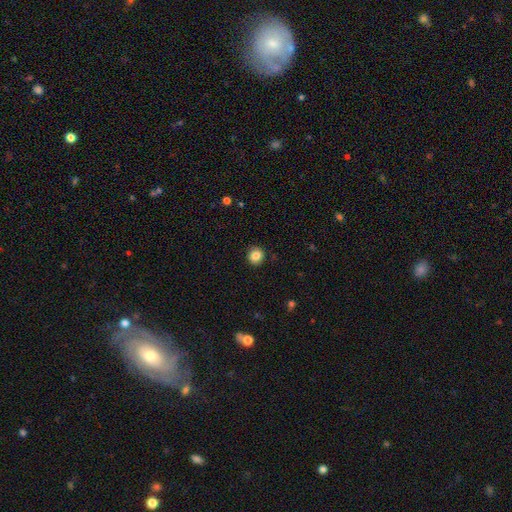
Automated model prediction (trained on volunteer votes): Q: Smooth or featured?
A: smooth (84%); runner-up: star or artifact (10%)
Q: How rounded?
A: round (91%); runner-up: in between (8%)
Q: Merging?
A: none (92%); runner-up: minor disturbance (6%)